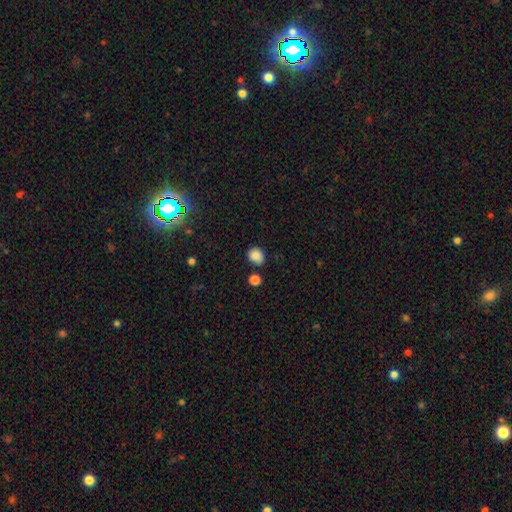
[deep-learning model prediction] smooth_or_featured: smooth (p=0.85) [alt: star or artifact p=0.10]
how_rounded: round (p=0.68) [alt: in between p=0.31]
merging: none (p=0.76) [alt: minor disturbance p=0.14]